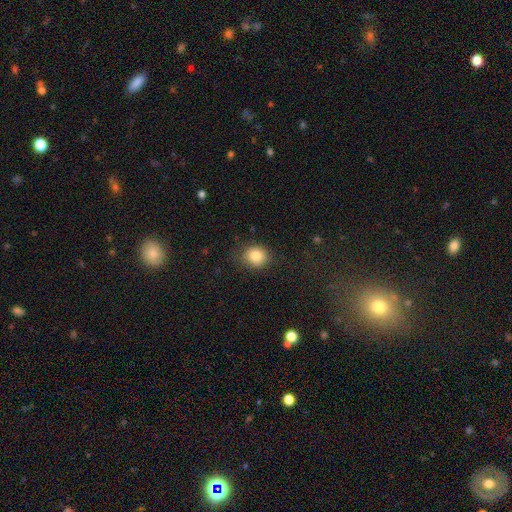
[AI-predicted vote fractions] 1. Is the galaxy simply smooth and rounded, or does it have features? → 84% smooth, 10% star or artifact, 6% featured or disk.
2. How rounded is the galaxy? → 73% round, 26% in between, 1% cigar-shaped.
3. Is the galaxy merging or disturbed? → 80% none, 14% minor disturbance, 4% major disturbance, 1% merger.